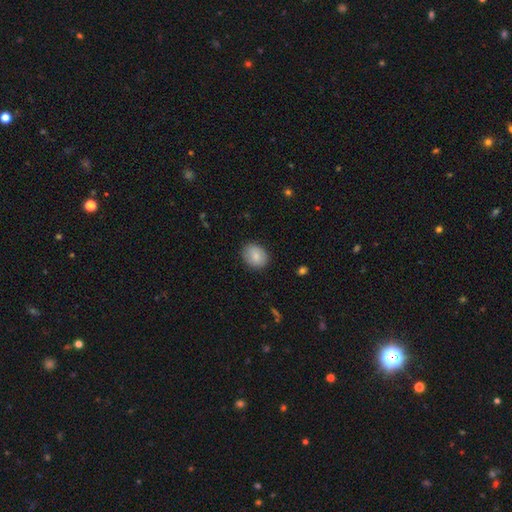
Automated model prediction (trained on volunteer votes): Smooth or featured? Predicted: smooth (p=0.85). How rounded? Predicted: round (p=0.57). Merging? Predicted: none (p=0.86).